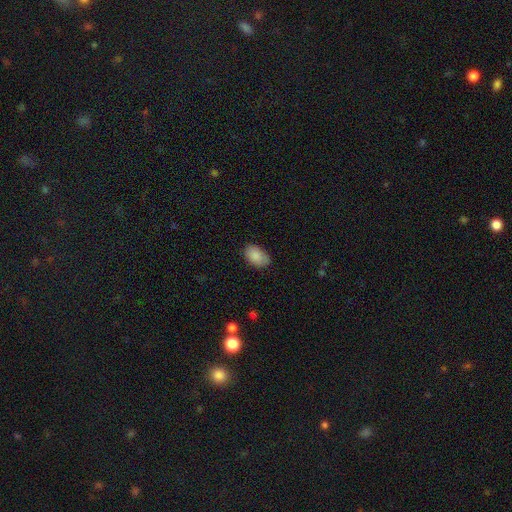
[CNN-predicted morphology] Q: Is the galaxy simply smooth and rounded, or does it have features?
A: smooth — 88%.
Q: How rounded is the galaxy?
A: in between — 91%.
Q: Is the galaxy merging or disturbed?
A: none — 80%.